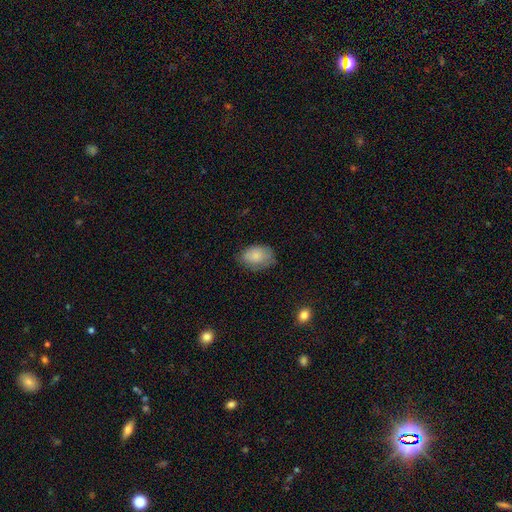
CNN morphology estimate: Smooth or featured: smooth — 81% (featured or disk — 12%)
How rounded: in between — 83% (round — 16%)
Merging: none — 68% (minor disturbance — 25%)